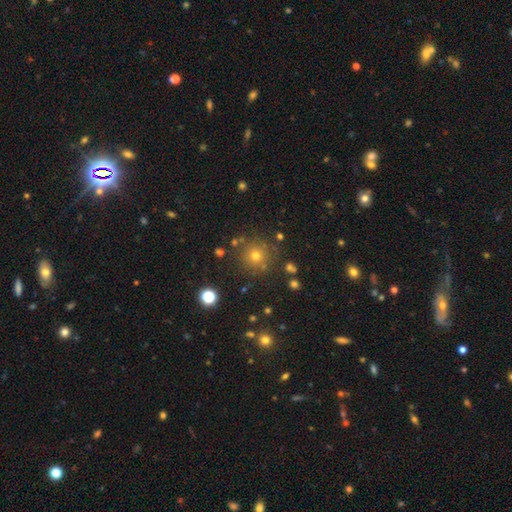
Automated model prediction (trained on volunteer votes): A smooth galaxy with no disk features (68%) that is round (95%).

Vote fractions:
- Smooth or featured? smooth: 68% / star or artifact: 23% / featured or disk: 9%
- How rounded? round: 95% / in between: 4% / cigar-shaped: 1%
- Merging? none: 84% / minor disturbance: 8% / merger: 4% / major disturbance: 3%